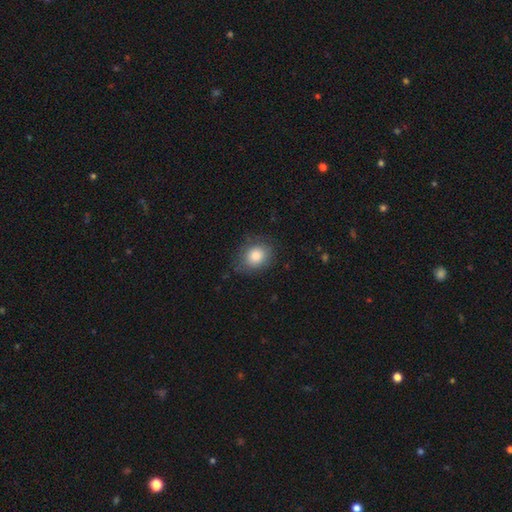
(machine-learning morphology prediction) A smooth galaxy with no disk features (82%) that is round (60%).

Vote fractions:
- Smooth or featured? smooth: 82% / featured or disk: 9% / star or artifact: 8%
- How rounded? round: 60% / in between: 39% / cigar-shaped: 1%
- Merging? none: 76% / minor disturbance: 18% / major disturbance: 5% / merger: 1%